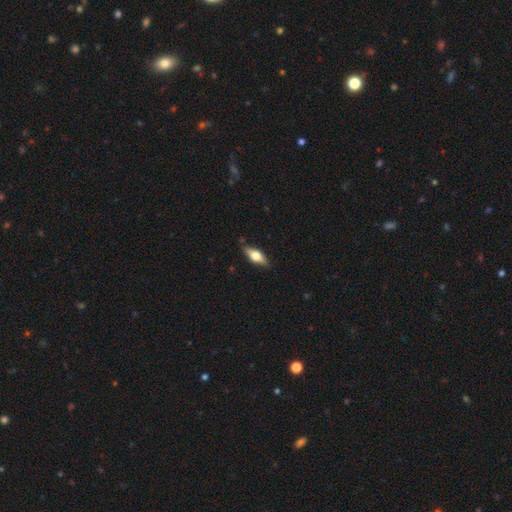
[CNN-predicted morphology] smooth 49%, featured or disk 44%, star or artifact 6%. Down the decision tree: merging — none (83%).